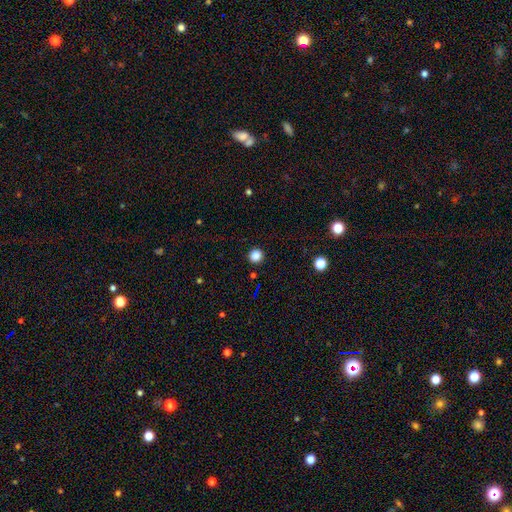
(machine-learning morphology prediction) This appears to be a smooth galaxy with no disk features (85%) that is round (94%). Merging: none (93%).